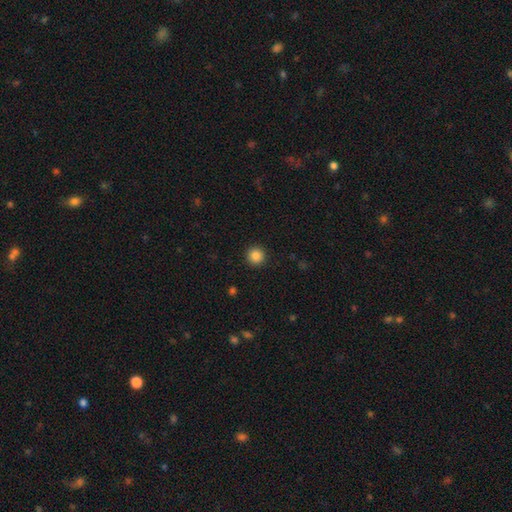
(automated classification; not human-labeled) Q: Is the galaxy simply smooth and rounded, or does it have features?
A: smooth — 86%.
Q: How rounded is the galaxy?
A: round — 96%.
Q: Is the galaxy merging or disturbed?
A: none — 93%.